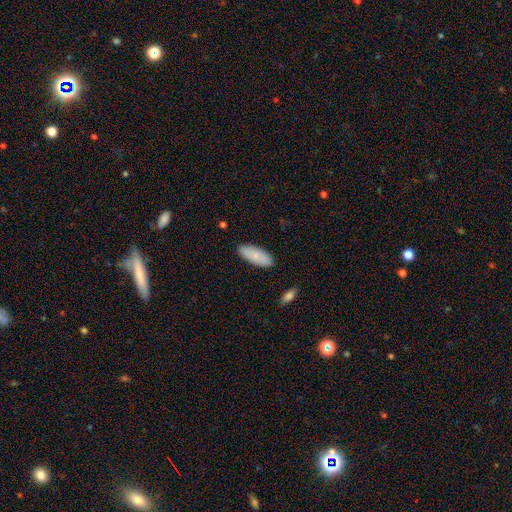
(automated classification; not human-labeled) Q: Smooth or featured?
A: smooth (84%); runner-up: featured or disk (10%)
Q: How rounded?
A: in between (80%); runner-up: cigar-shaped (18%)
Q: Merging?
A: none (88%); runner-up: minor disturbance (9%)